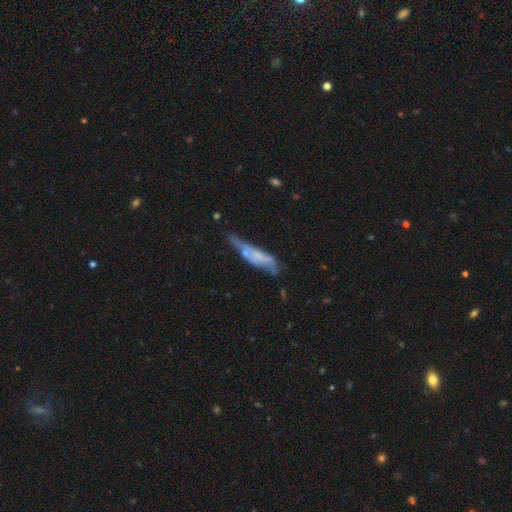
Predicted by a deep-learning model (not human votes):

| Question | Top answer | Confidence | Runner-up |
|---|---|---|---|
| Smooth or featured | featured or disk | 53% | smooth (38%) |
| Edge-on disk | no | 54% | yes (46%) |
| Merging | none | 38% | minor disturbance (29%) |